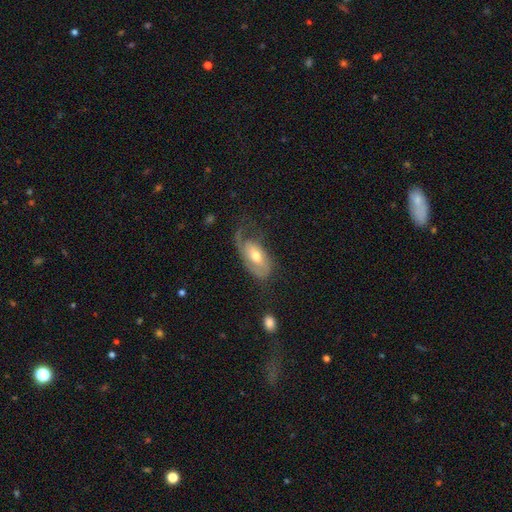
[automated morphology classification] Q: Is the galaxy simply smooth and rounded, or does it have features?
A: featured or disk — 61%.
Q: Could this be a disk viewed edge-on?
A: no — 92%.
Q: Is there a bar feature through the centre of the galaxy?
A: no — 65%.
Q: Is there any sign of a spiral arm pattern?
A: yes — 80%.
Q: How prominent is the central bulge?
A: moderate — 71%.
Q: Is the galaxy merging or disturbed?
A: none — 41%.